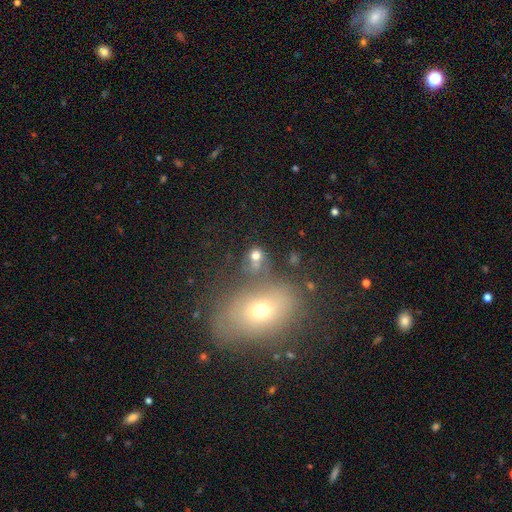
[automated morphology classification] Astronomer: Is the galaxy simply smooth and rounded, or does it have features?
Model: smooth — 66%.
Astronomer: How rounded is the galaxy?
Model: round — 57% (runner-up: in between, 41%).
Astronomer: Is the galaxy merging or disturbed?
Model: none — 42% (runner-up: merger, 34%).